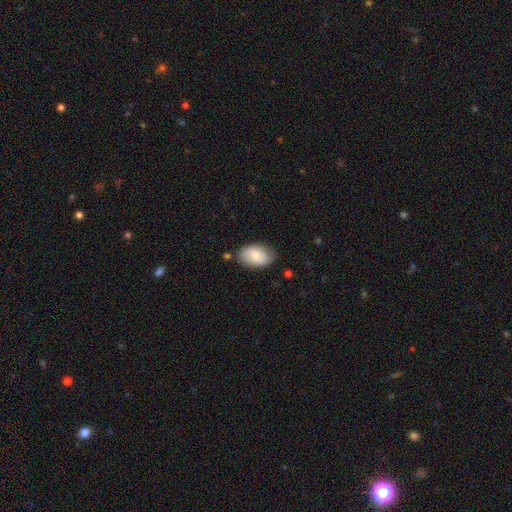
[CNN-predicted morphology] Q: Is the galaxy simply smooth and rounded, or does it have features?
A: smooth — 77%.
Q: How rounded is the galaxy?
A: in between — 92%.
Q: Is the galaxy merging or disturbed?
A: none — 79%.